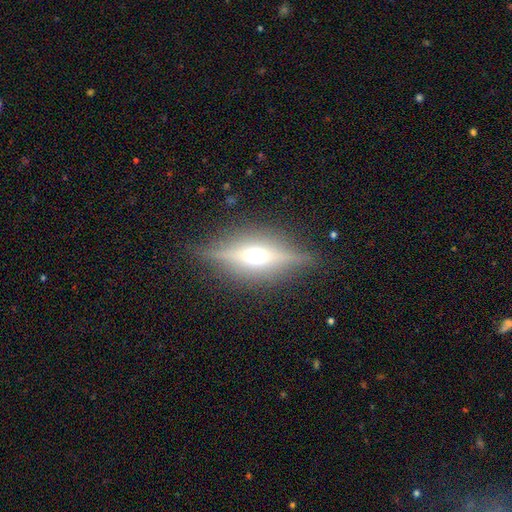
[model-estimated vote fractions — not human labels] Smooth or featured? Predicted: featured or disk (p=0.74). Edge-on disk? Predicted: yes (p=0.93). Edge-on bulge? Predicted: rounded (p=0.93). Merging? Predicted: none (p=0.86).